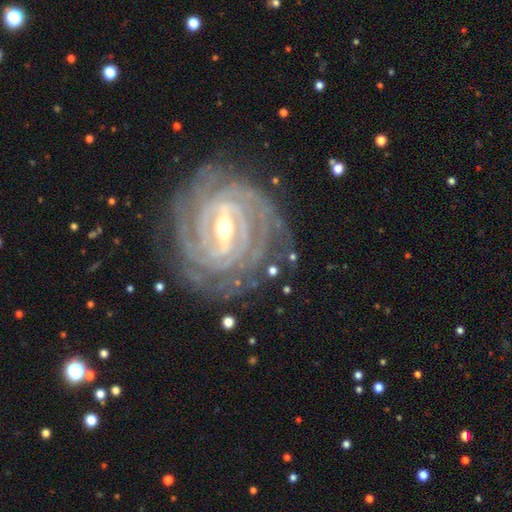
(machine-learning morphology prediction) A featured or disk galaxy (93%) with a strong bar (69%), 4 (29%) tight (87%) spiral arms (98%) and a moderate central bulge (56%).

Vote fractions:
- Smooth or featured? featured or disk: 93% / star or artifact: 4% / smooth: 3%
- Edge-on disk? no: 96% / yes: 4%
- Bar? strong: 69% / weak: 25% / no: 7%
- Spiral arms? yes: 98% / no: 2%
- Spiral winding? tight: 87% / medium: 11% / loose: 2%
- Spiral arm count? 4: 29% / can't tell: 18% / 3: 17% / more than 4: 16% / 2: 13% / 1: 7%
- Bulge size? moderate: 56% / small: 40% / large: 3% / none: 1% / dominant: 1%
- Merging? none: 83% / minor disturbance: 12% / major disturbance: 4% / merger: 1%